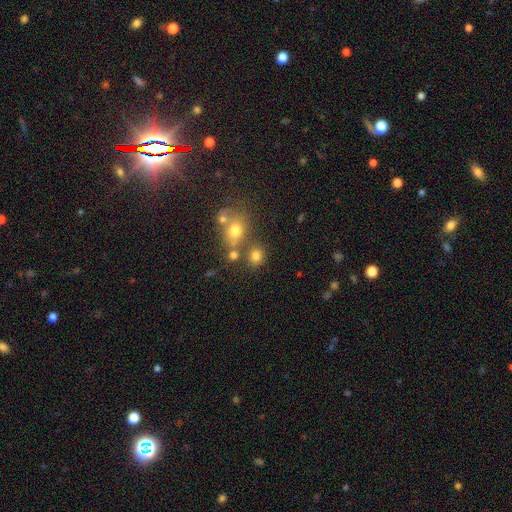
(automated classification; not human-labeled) Morphology: type=smooth (74%); roundness=round (73%); merging=none (65%).